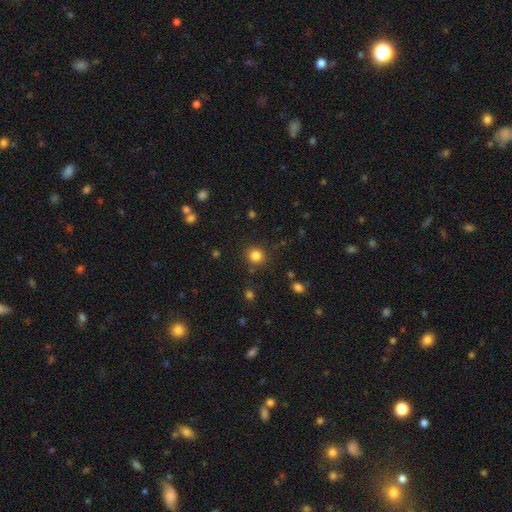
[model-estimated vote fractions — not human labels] The model was most divided on "smooth or featured": smooth: 83%, star or artifact: 13%, featured or disk: 5%. More confident: how rounded — round (91%); merging — none (87%).